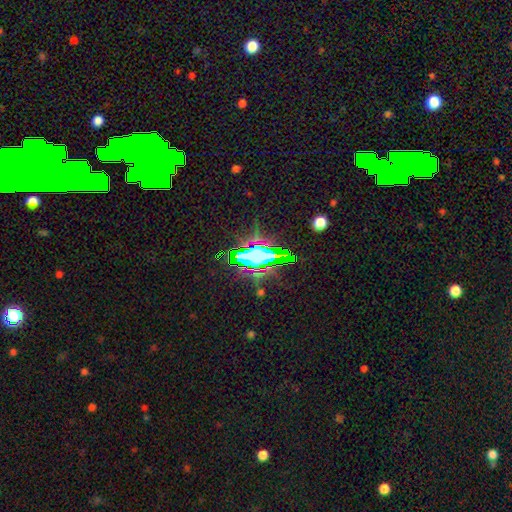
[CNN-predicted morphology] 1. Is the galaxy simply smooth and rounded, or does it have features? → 60% star or artifact, 23% smooth, 17% featured or disk.